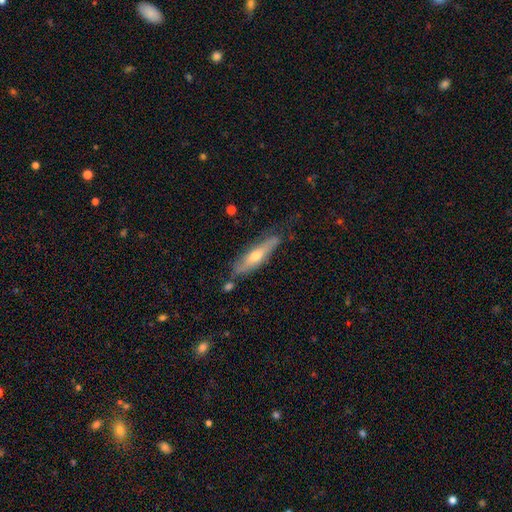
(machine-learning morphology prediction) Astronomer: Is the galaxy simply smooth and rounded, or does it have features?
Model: featured or disk — 50% (runner-up: smooth, 44%).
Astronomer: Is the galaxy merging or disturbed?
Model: none — 68%.